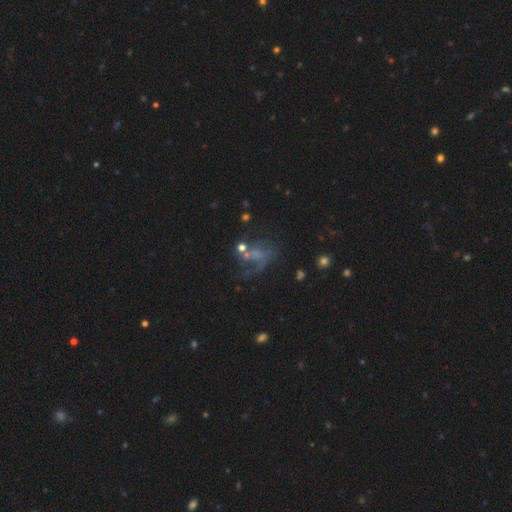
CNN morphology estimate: smooth-or-featured: featured or disk: 44% | star or artifact: 32% | smooth: 25%
  merging: none: 36% | major disturbance: 34% | minor disturbance: 17% | merger: 13%